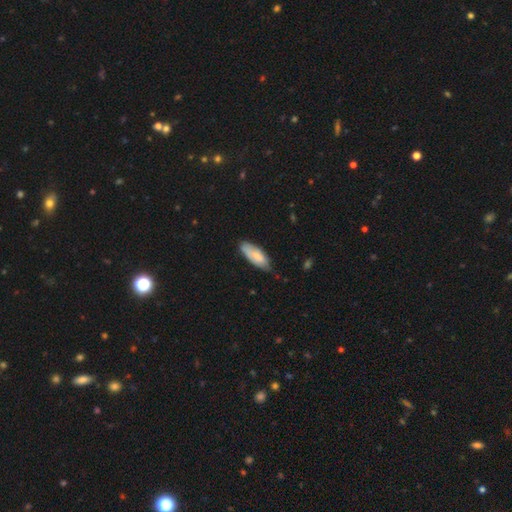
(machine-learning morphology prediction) This appears to be a smooth galaxy with no disk features (75%) that is in between round and cigar-shaped (77%). Merging: none (61%).